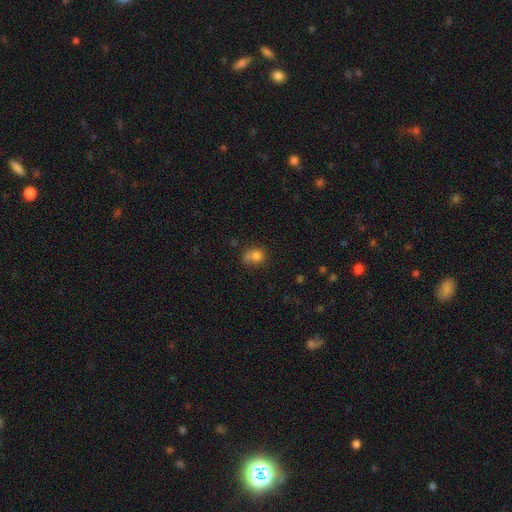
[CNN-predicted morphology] Smooth or featured?
  - smooth: 78% *
  - star or artifact: 12%
  - featured or disk: 10%
How rounded?
  - round: 66% *
  - in between: 33%
  - cigar-shaped: 1%
Merging?
  - none: 41% *
  - merger: 24%
  - minor disturbance: 23%
  - major disturbance: 13%